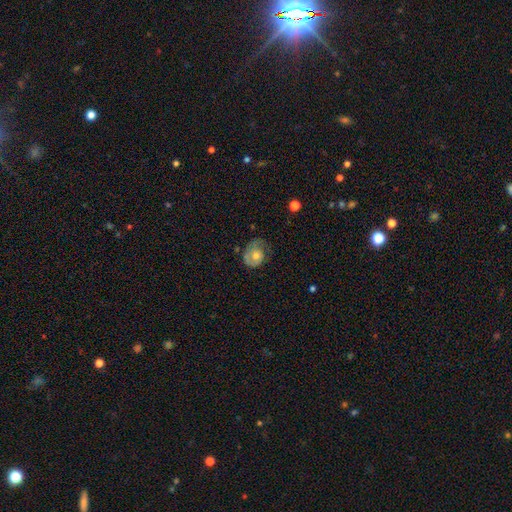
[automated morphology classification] Q: Smooth or featured?
A: featured or disk (53%); runner-up: smooth (40%)
Q: Edge-on disk?
A: no (96%); runner-up: yes (4%)
Q: Bar?
A: no (81%); runner-up: weak (16%)
Q: Spiral arms?
A: yes (72%); runner-up: no (28%)
Q: Bulge size?
A: moderate (65%); runner-up: small (24%)
Q: Merging?
A: none (48%); runner-up: minor disturbance (29%)